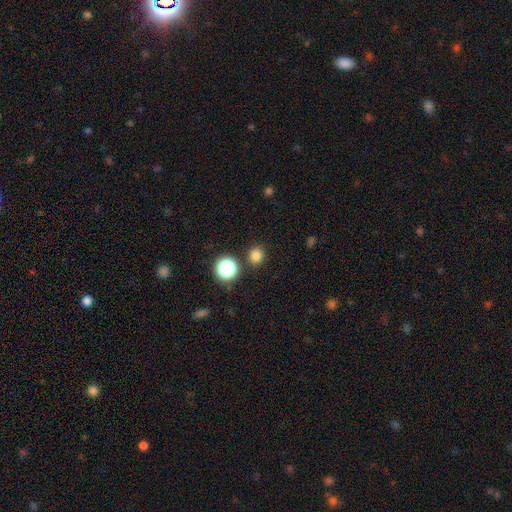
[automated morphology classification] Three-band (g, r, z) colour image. It shows a smooth galaxy with no disk features (79%) that is round (86%). Merging: none (86%).